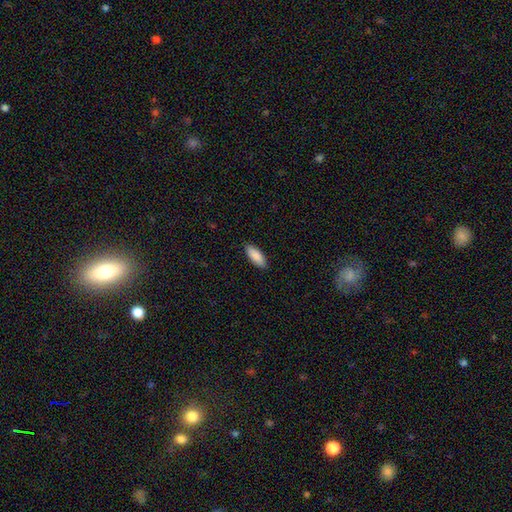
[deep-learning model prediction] A smooth galaxy with no disk features (89%) that is in between round and cigar-shaped (75%). Merging: none (89%).